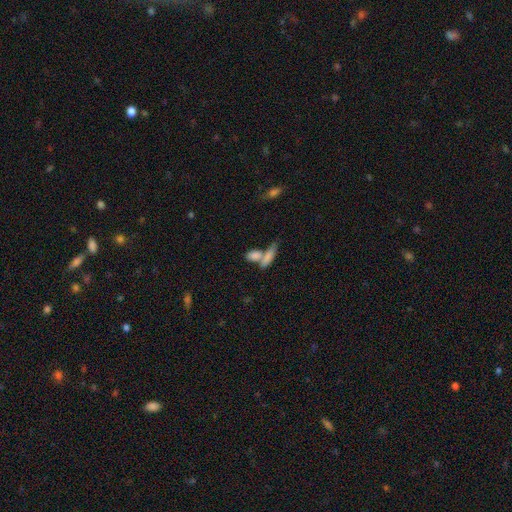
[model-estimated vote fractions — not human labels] smooth_or_featured: smooth (p=0.78) [alt: featured or disk p=0.13]
how_rounded: in between (p=0.66) [alt: cigar-shaped p=0.25]
merging: merger (p=0.52) [alt: none p=0.35]